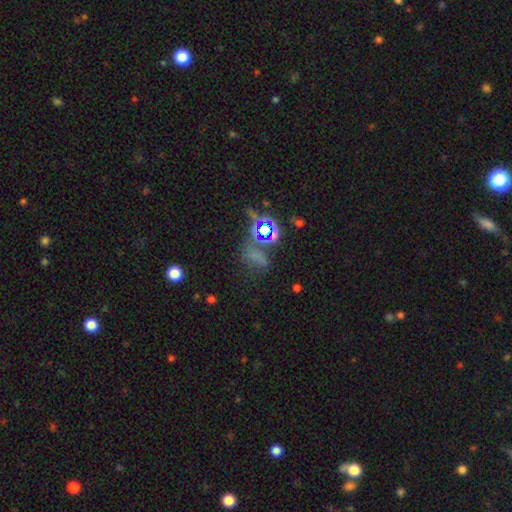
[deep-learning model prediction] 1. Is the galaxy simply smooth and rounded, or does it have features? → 50% star or artifact, 38% smooth, 12% featured or disk.